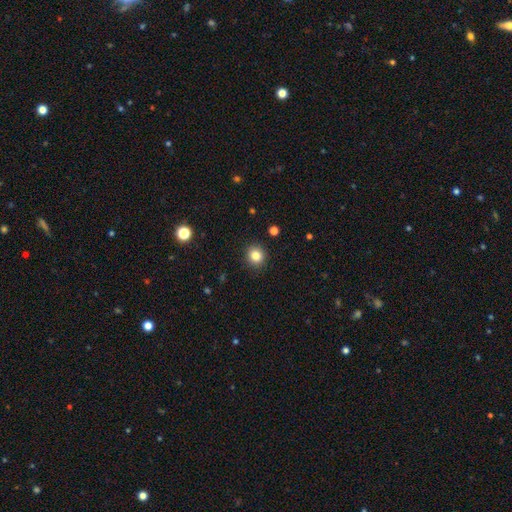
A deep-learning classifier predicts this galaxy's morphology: A smooth galaxy with no disk features (83%) that is round (88%). Merging: none (91%).